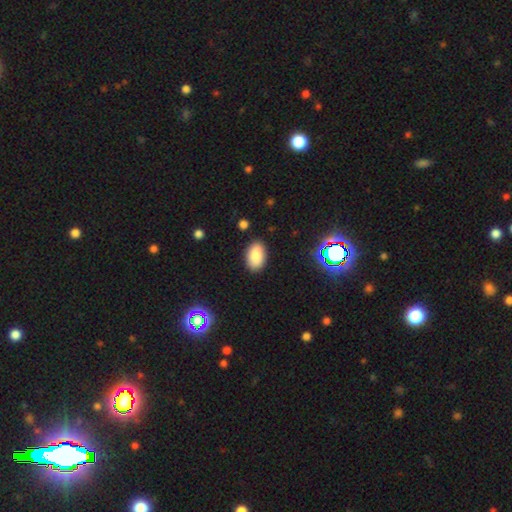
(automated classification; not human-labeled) A smooth galaxy with no disk features (84%) that is in between round and cigar-shaped (92%). Merging: none (87%).